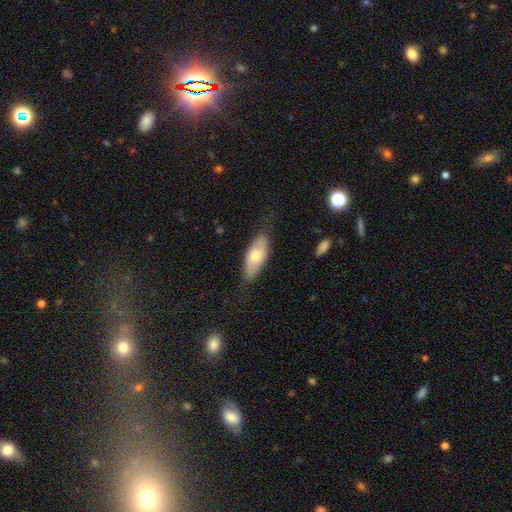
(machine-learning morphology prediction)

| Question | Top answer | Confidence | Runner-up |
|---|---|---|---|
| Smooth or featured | smooth | 63% | featured or disk (31%) |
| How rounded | in between | 83% | cigar-shaped (15%) |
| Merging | none | 74% | minor disturbance (19%) |